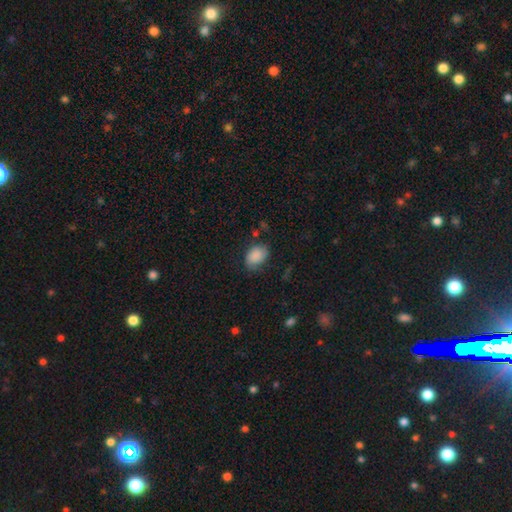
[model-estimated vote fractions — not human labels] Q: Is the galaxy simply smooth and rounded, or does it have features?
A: smooth — 83%.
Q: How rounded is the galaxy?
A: in between — 75%.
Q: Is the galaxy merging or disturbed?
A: none — 63%.